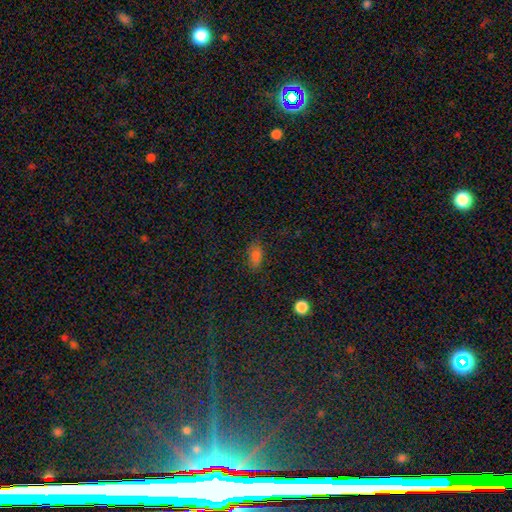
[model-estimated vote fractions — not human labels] Smooth or featured?
  - smooth: 76% *
  - star or artifact: 18%
  - featured or disk: 7%
How rounded?
  - in between: 87% *
  - round: 8%
  - cigar-shaped: 6%
Merging?
  - none: 77% *
  - minor disturbance: 16%
  - major disturbance: 5%
  - merger: 2%